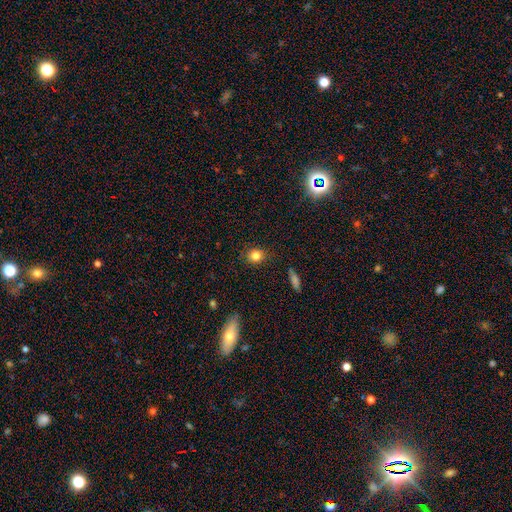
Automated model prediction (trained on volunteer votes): A smooth galaxy with no disk features (82%) that is round (67%). Merging: none (86%).